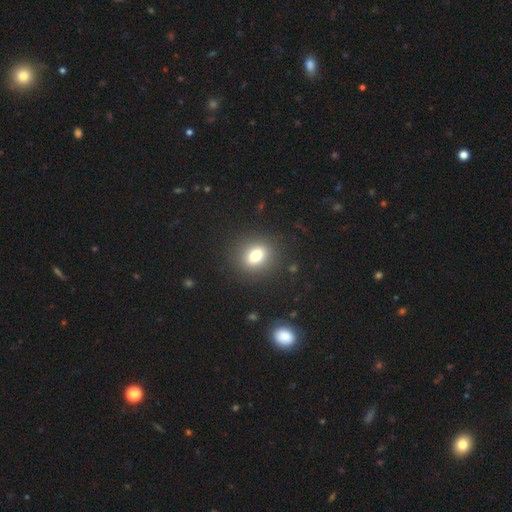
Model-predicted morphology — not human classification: Smooth or featured?
  - smooth: 77% *
  - star or artifact: 12%
  - featured or disk: 11%
How rounded?
  - round: 58% *
  - in between: 41%
  - cigar-shaped: 2%
Merging?
  - none: 88% *
  - minor disturbance: 7%
  - major disturbance: 3%
  - merger: 1%